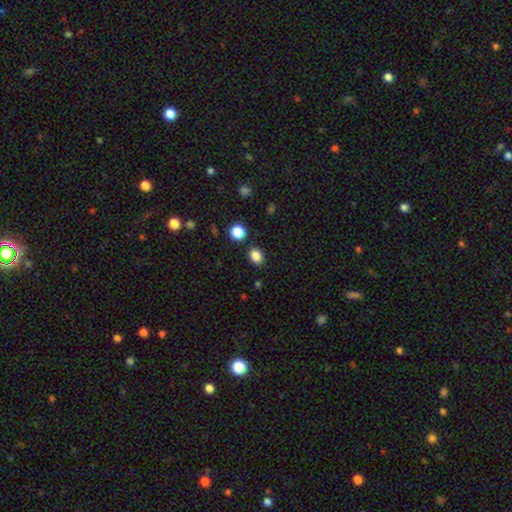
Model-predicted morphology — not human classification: smooth 85%, star or artifact 11%, featured or disk 4%. Down the decision tree: how rounded — in between (53%); merging — none (85%).